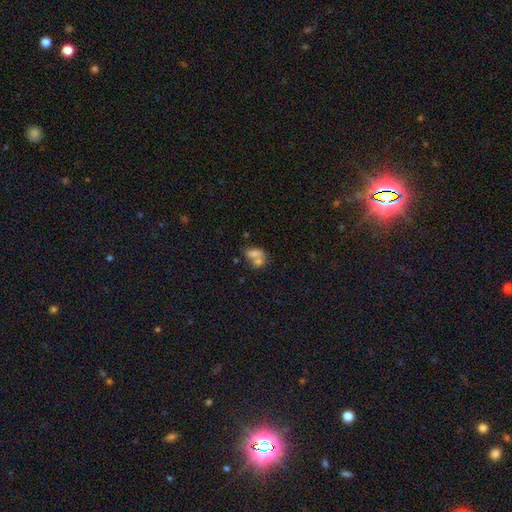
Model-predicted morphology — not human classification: Smooth or featured? Predicted: smooth (p=0.67). How rounded? Predicted: in between (p=0.70). Merging? Predicted: merger (p=0.62).